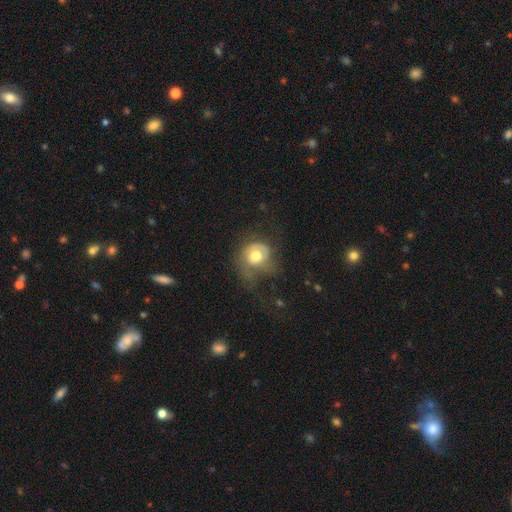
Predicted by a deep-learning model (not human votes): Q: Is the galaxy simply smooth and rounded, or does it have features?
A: featured or disk — 47%.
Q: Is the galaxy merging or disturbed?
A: major disturbance — 41%.